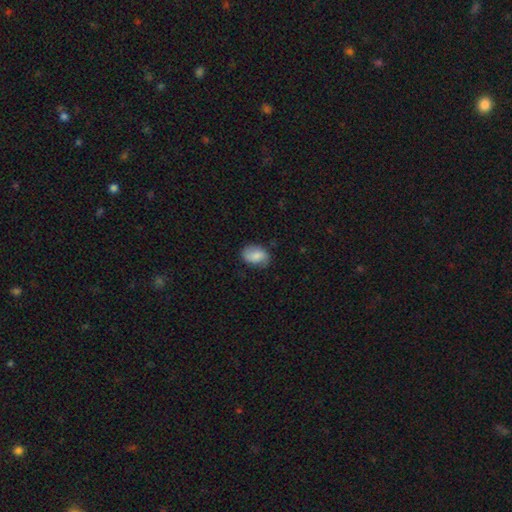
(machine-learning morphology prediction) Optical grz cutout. It shows a smooth galaxy with no disk features (69%) that is in between round and cigar-shaped (79%). Merging: none (71%).